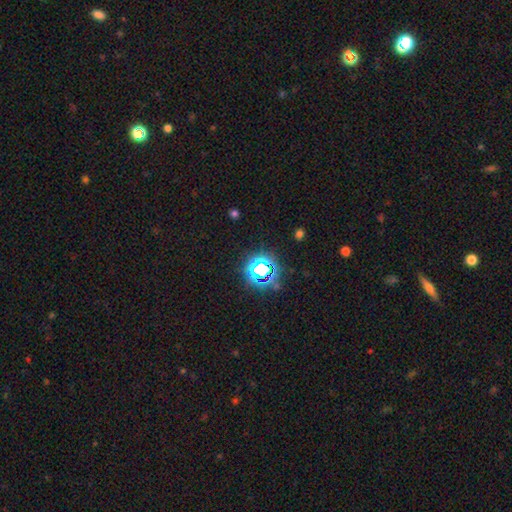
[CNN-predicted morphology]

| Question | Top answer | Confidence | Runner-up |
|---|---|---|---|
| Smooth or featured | star or artifact | 70% | smooth (20%) |